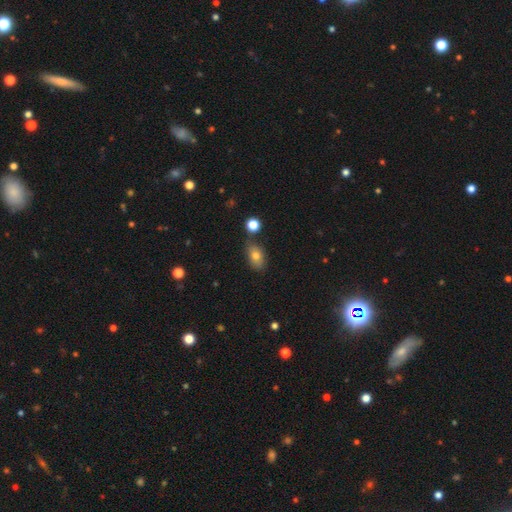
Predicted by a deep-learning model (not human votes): Q: Smooth or featured?
A: smooth (77%); runner-up: featured or disk (13%)
Q: How rounded?
A: in between (81%); runner-up: round (17%)
Q: Merging?
A: none (71%); runner-up: minor disturbance (17%)